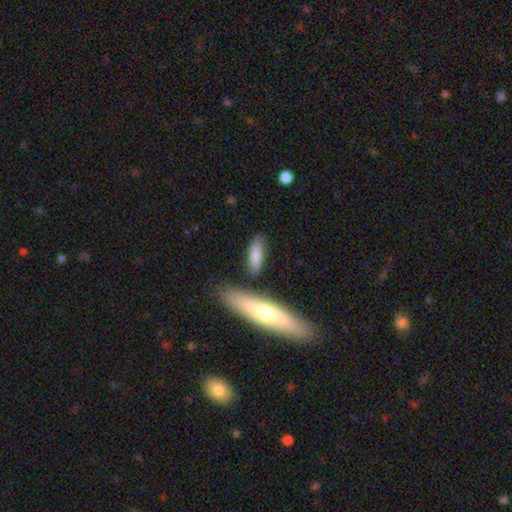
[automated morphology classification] Smooth or featured? Predicted: smooth (p=0.79). How rounded? Predicted: in between (p=0.50). Merging? Predicted: none (p=0.77).